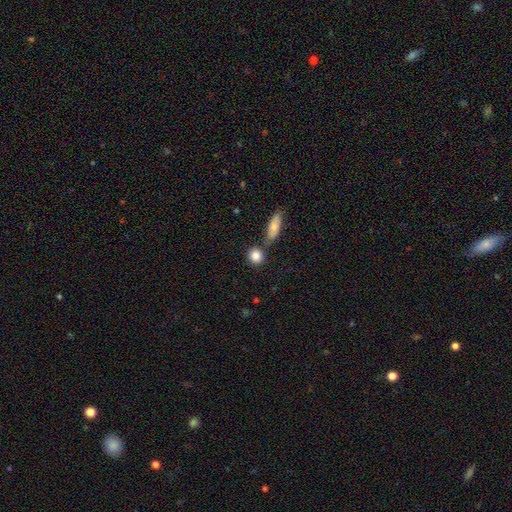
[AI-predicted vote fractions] This appears to be a smooth galaxy with no disk features (85%) that is round (80%). Merging: none (69%).